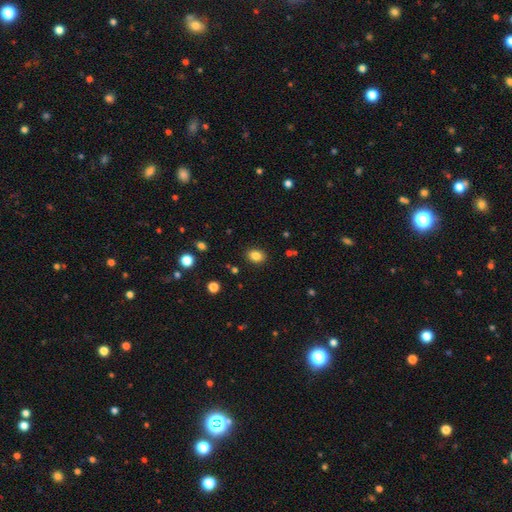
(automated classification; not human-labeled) This appears to be a smooth galaxy with no disk features (84%) that is in between round and cigar-shaped (68%). Merging: none (88%).